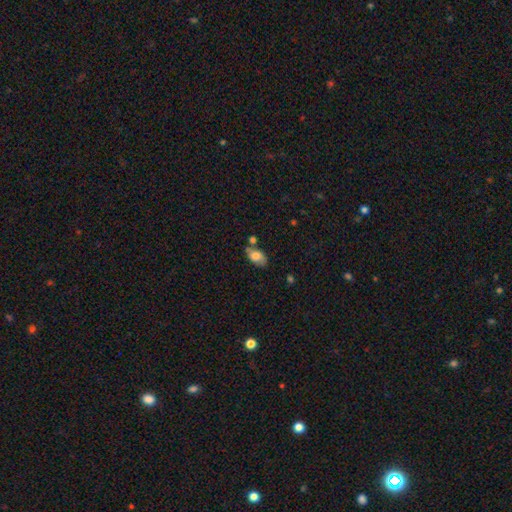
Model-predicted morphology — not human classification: This is likely a smooth galaxy (74%). How rounded: clearly in between (92%). Merging: possibly none (57%).